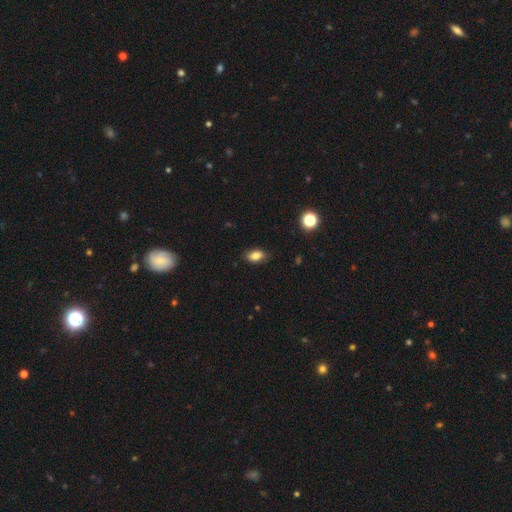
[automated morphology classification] A smooth galaxy with no disk features (83%) that is in between round and cigar-shaped (86%).

Vote fractions:
- Smooth or featured? smooth: 83% / star or artifact: 10% / featured or disk: 7%
- How rounded? in between: 86% / round: 10% / cigar-shaped: 3%
- Merging? none: 85% / minor disturbance: 12% / major disturbance: 2% / merger: 1%